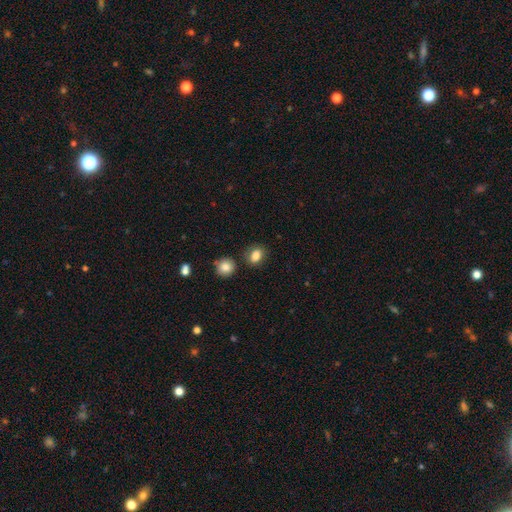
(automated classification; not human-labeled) Smooth or featured?
  - smooth: 84% *
  - star or artifact: 10%
  - featured or disk: 6%
How rounded?
  - in between: 63% *
  - round: 35%
  - cigar-shaped: 2%
Merging?
  - none: 76% *
  - minor disturbance: 13%
  - merger: 7%
  - major disturbance: 3%